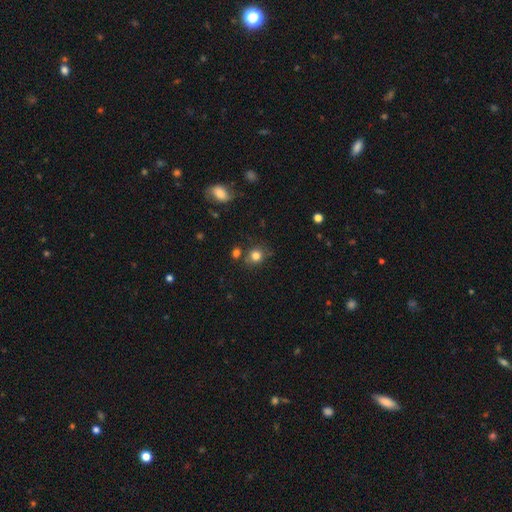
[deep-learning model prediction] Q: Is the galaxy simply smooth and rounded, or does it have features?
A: smooth — 80%.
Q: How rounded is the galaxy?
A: round — 77%.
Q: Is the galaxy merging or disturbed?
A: none — 71%.